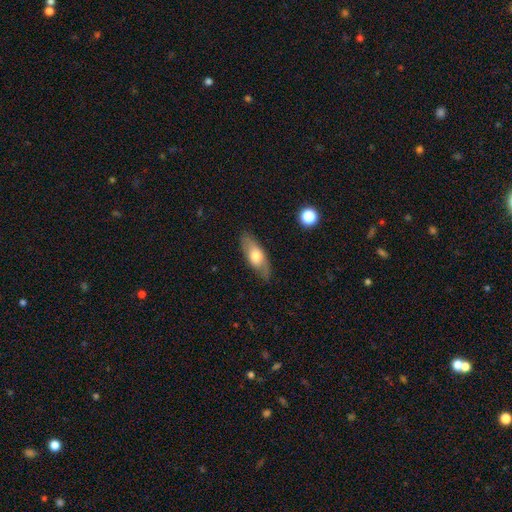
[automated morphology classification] smooth 58%, featured or disk 36%, star or artifact 6%. Down the decision tree: how rounded — in between (74%); merging — none (77%).